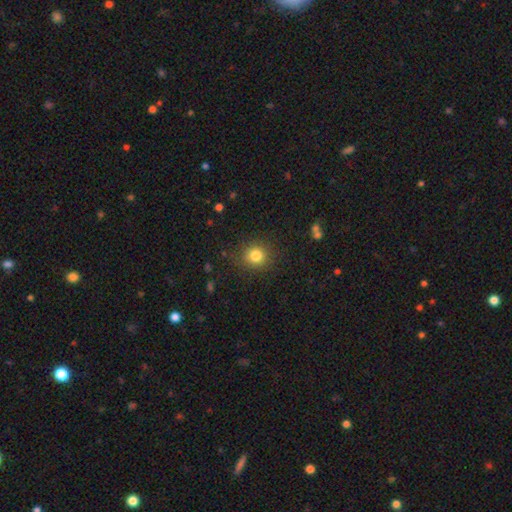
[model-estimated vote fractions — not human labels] smooth-or-featured: smooth: 82% | star or artifact: 12% | featured or disk: 6%
  how-rounded: round: 85% | in between: 15% | cigar-shaped: 1%
  merging: none: 87% | minor disturbance: 9% | major disturbance: 3% | merger: 1%